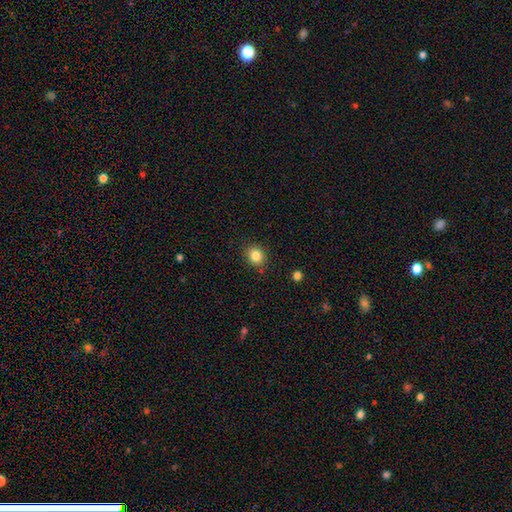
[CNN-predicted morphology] This is clearly a smooth galaxy (84%). How rounded: likely round (70%). Merging: clearly none (85%).